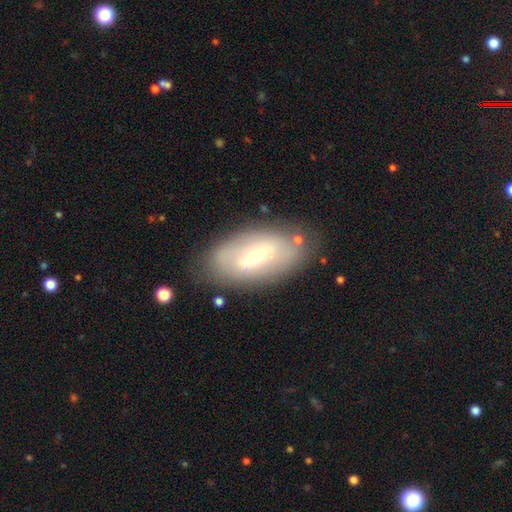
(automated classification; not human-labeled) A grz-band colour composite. It shows a featured or disk galaxy (50%). Merging: none (77%).